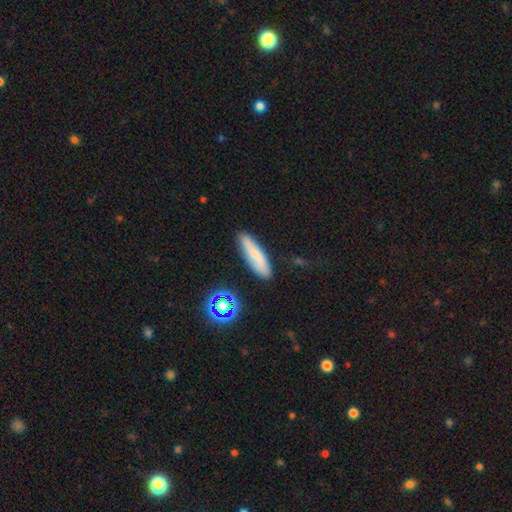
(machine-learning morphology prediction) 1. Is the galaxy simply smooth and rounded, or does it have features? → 64% smooth, 26% featured or disk, 10% star or artifact.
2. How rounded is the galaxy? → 68% cigar-shaped, 30% in between, 3% round.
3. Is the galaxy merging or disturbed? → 83% none, 12% minor disturbance, 3% major disturbance, 2% merger.